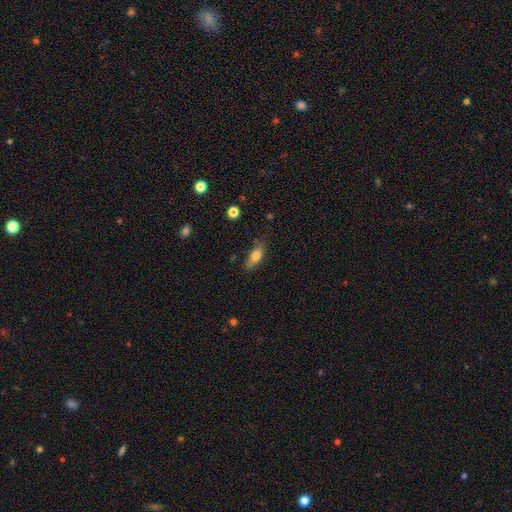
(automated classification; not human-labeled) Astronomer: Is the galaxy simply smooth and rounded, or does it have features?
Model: smooth — 74%.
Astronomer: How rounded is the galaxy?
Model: in between — 72%.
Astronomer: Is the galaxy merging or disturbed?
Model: none — 72%.